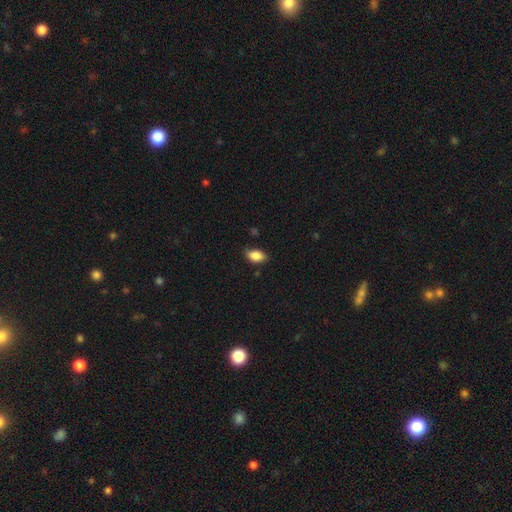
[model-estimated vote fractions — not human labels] A smooth galaxy with no disk features (85%) that is in between round and cigar-shaped (89%).

Vote fractions:
- Smooth or featured? smooth: 85% / star or artifact: 8% / featured or disk: 7%
- How rounded? in between: 89% / round: 8% / cigar-shaped: 3%
- Merging? none: 78% / minor disturbance: 18% / major disturbance: 3% / merger: 1%